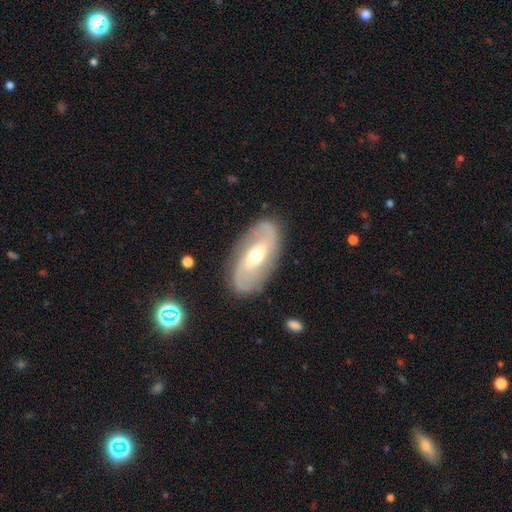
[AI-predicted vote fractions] Smooth or featured? Predicted: featured or disk (p=0.78). Edge-on disk? Predicted: no (p=0.94). Bar? Predicted: weak (p=0.40). Spiral arms? Predicted: yes (p=0.88). Spiral winding? Predicted: medium (p=0.40, tied with loose). Spiral arm count? Predicted: 2 (p=0.87). Bulge size? Predicted: moderate (p=0.66). Merging? Predicted: none (p=0.83).